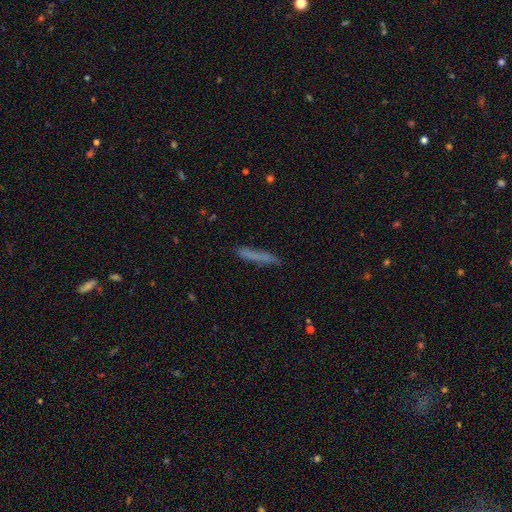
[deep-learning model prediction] smooth 66%, featured or disk 24%, star or artifact 10%. Down the decision tree: how rounded — cigar-shaped (93%); merging — none (77%).